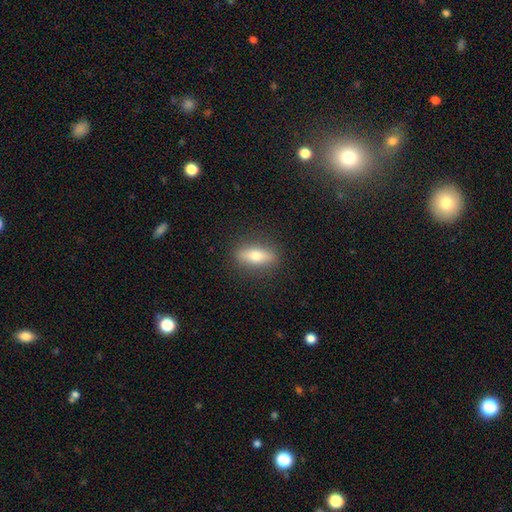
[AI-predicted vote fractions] Smooth or featured? Predicted: smooth (p=0.64). How rounded? Predicted: in between (p=0.55). Merging? Predicted: none (p=0.87).